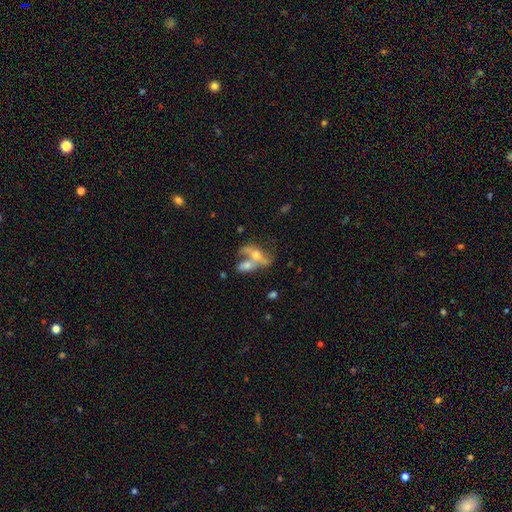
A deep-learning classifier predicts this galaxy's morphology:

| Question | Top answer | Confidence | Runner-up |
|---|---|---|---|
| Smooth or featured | featured or disk | 55% | smooth (33%) |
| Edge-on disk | no | 71% | yes (29%) |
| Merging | merger | 54% | none (27%) |